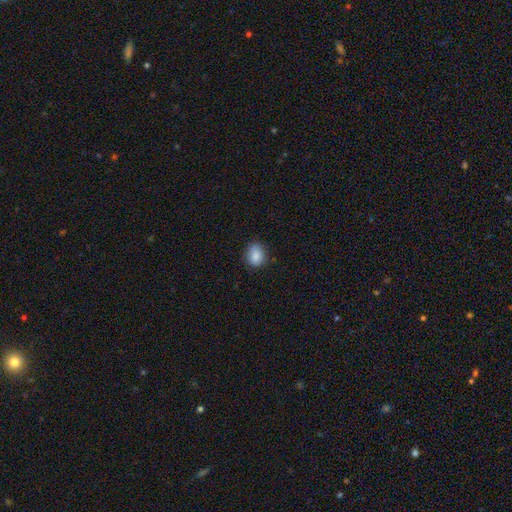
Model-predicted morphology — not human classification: smooth 86%, star or artifact 8%, featured or disk 5%. Down the decision tree: how rounded — round (55%); merging — none (78%).